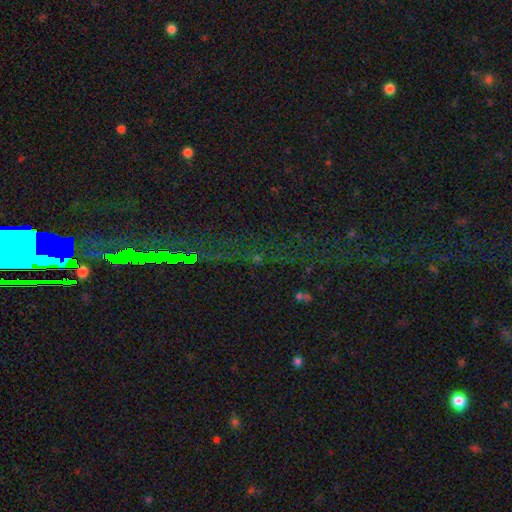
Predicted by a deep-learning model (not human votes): star or artifact 77%, featured or disk 12%, smooth 12%.